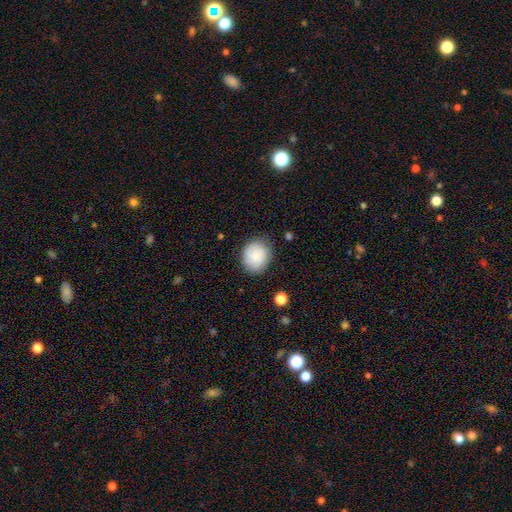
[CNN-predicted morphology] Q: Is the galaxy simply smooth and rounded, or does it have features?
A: smooth — 82%.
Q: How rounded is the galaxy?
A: round — 61%.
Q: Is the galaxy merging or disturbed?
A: none — 79%.